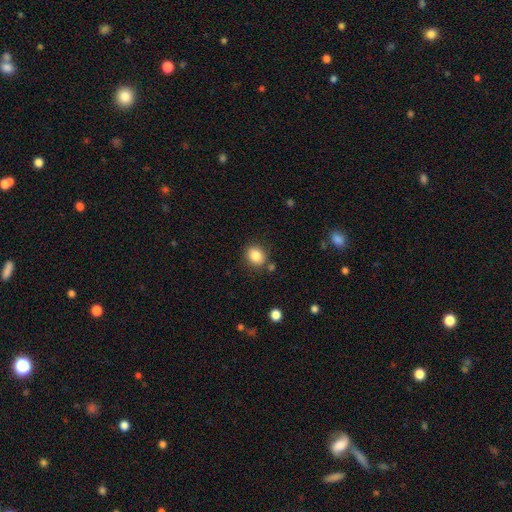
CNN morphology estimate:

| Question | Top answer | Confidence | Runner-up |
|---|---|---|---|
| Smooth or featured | smooth | 85% | star or artifact (10%) |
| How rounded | round | 68% | in between (31%) |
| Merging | none | 81% | minor disturbance (10%) |